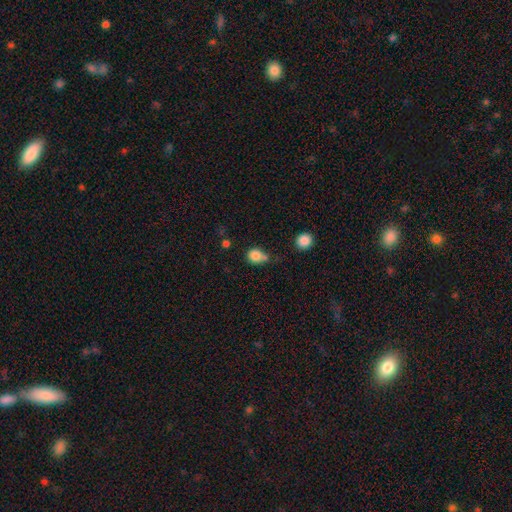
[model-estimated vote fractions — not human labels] A smooth galaxy with no disk features (82%) that is round (73%). Merging: none (52%).